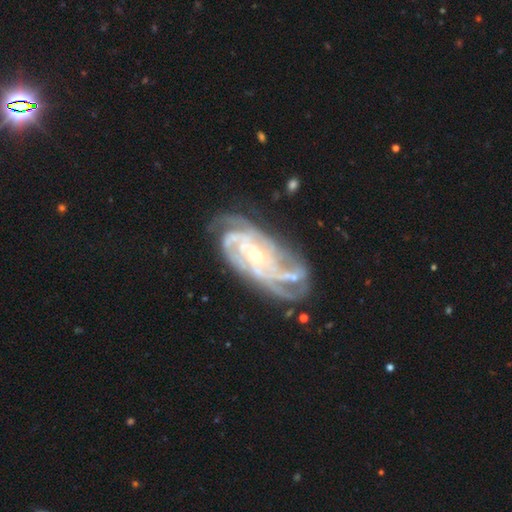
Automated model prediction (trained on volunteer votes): smooth_or_featured: featured or disk (p=0.89) [alt: star or artifact p=0.06]
disk_edge_on: no (p=0.96) [alt: yes p=0.04]
bar: no (p=0.61) [alt: weak p=0.26]
has_spiral_arms: yes (p=0.97) [alt: no p=0.03]
spiral_winding: tight (p=0.66) [alt: medium p=0.28]
spiral_arm_count: 4 (p=0.29) [alt: 3 p=0.25]
bulge_size: small (p=0.69) [alt: moderate p=0.27]
merging: none (p=0.61) [alt: minor disturbance p=0.21]